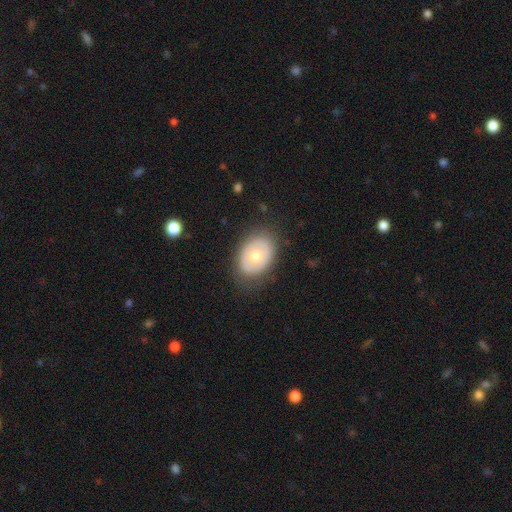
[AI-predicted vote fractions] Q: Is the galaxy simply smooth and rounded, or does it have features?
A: smooth — 54%.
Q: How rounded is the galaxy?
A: in between — 73%.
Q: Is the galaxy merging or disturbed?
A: none — 80%.